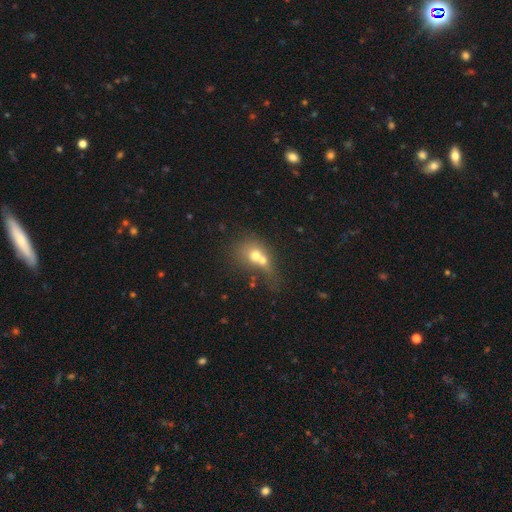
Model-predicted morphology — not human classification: This appears to be a smooth galaxy with no disk features (60%) that is round (61%). Merging: merger (67%).